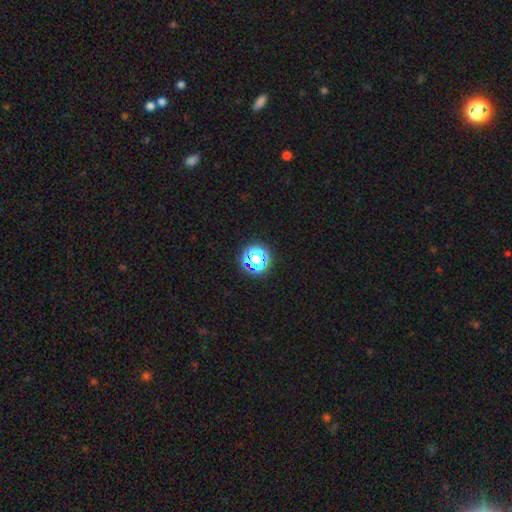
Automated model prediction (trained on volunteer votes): A star or artifact, not a galaxy (48%).